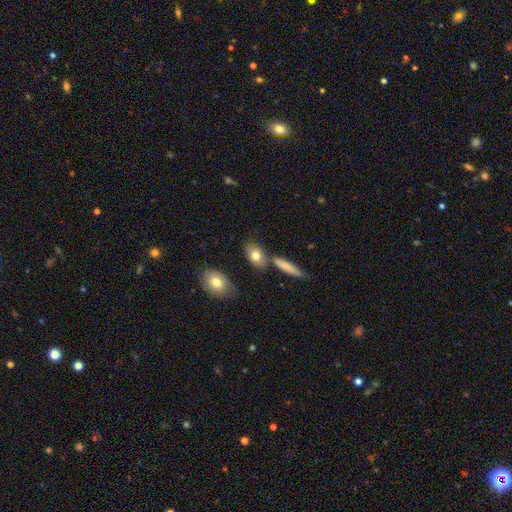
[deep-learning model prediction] Smooth or featured: smooth — 77% (featured or disk — 15%)
How rounded: in between — 83% (round — 10%)
Merging: none — 70% (merger — 14%)